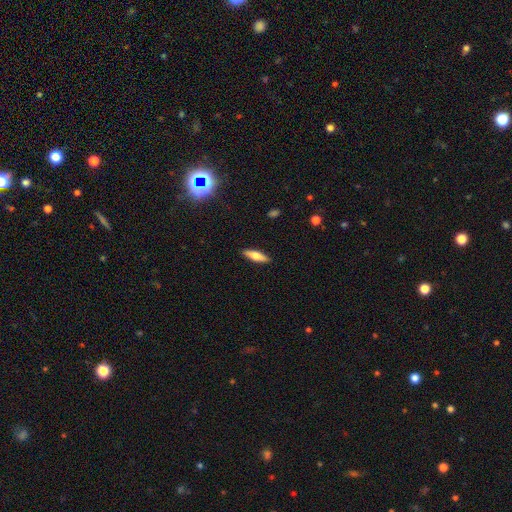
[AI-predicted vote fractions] Smooth or featured? Predicted: smooth (p=0.63). How rounded? Predicted: cigar-shaped (p=0.57). Merging? Predicted: none (p=0.90).